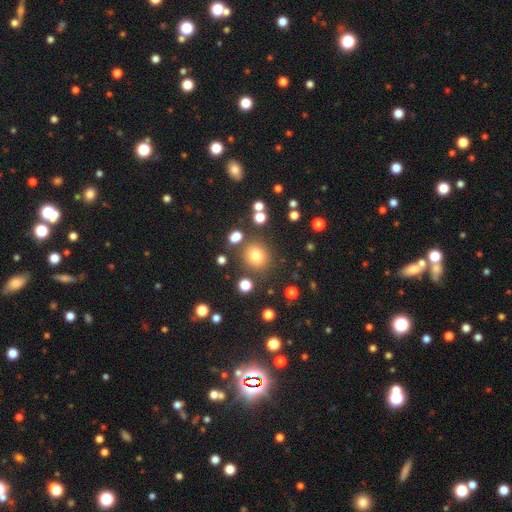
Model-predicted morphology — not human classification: smooth_or_featured: smooth (p=0.77) [alt: star or artifact p=0.15]
how_rounded: round (p=0.86) [alt: in between p=0.13]
merging: none (p=0.82) [alt: minor disturbance p=0.09]